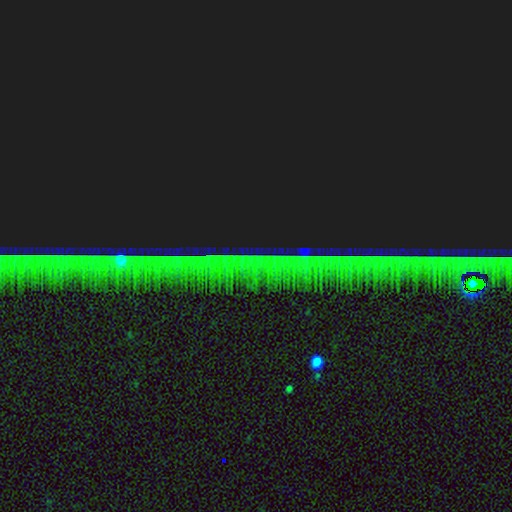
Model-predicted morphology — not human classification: A star or artifact, not a galaxy (87%).